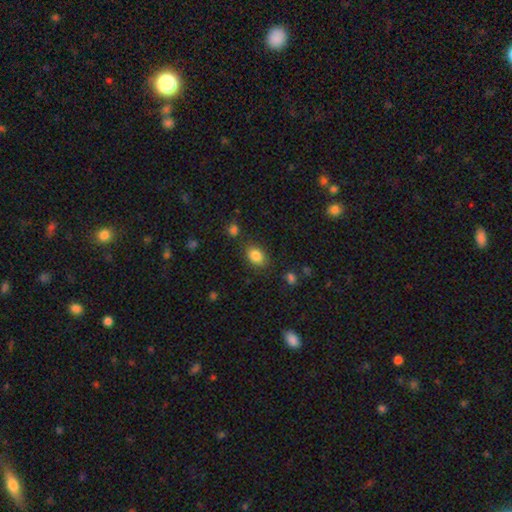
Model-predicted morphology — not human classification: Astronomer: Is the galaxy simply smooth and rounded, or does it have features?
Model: smooth — 85%.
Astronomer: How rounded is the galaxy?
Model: in between — 73%.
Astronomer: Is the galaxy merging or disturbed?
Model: none — 80%.